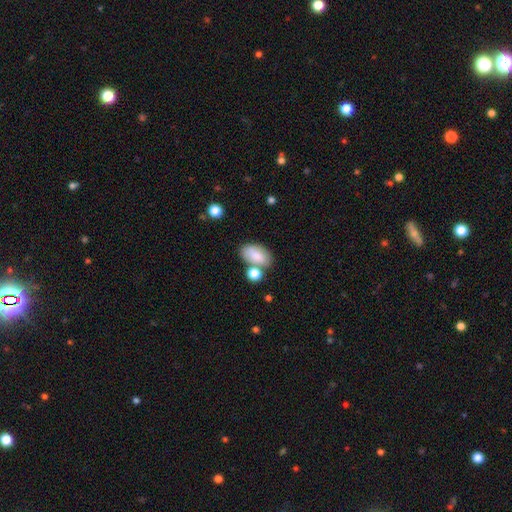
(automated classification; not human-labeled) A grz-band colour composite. It shows a smooth galaxy with no disk features (81%) that is in between round and cigar-shaped (92%). Merging: none (55%).